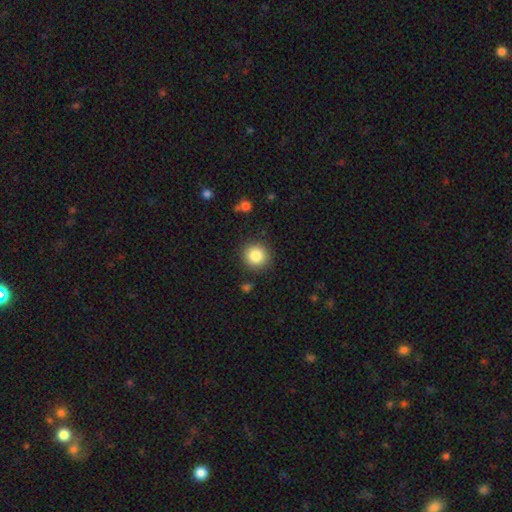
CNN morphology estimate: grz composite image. It shows a smooth galaxy with no disk features (85%) that is round (93%). Merging: none (89%).